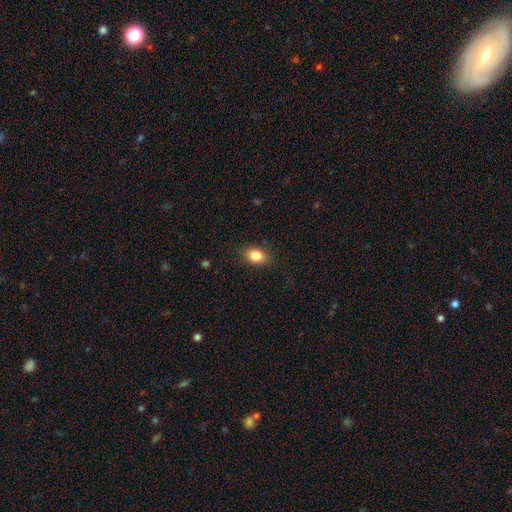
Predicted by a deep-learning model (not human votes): smooth-or-featured: smooth: 85% | star or artifact: 9% | featured or disk: 6%
  how-rounded: in between: 78% | round: 21% | cigar-shaped: 2%
  merging: none: 85% | minor disturbance: 11% | major disturbance: 3% | merger: 1%